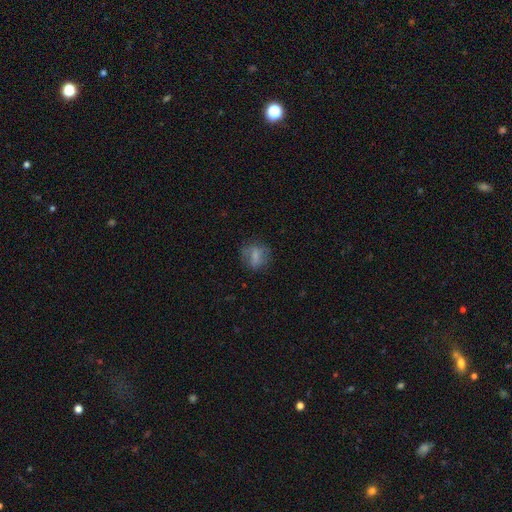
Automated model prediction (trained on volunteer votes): A smooth galaxy with no disk features (63%) that is round (60%). Merging: none (69%).